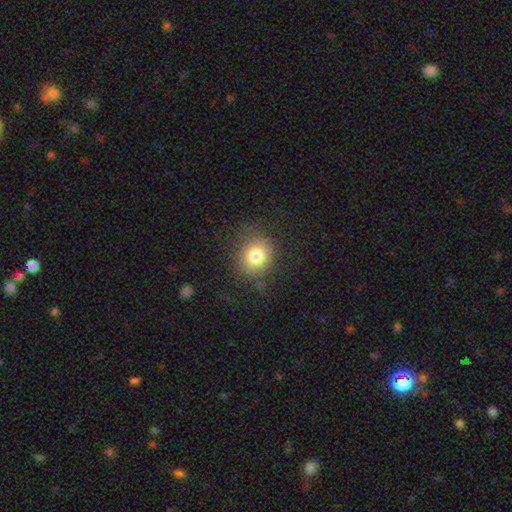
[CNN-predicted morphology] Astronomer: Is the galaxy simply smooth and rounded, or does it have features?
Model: smooth — 81%.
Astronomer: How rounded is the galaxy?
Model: round — 73%.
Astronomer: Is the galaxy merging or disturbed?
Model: none — 79%.